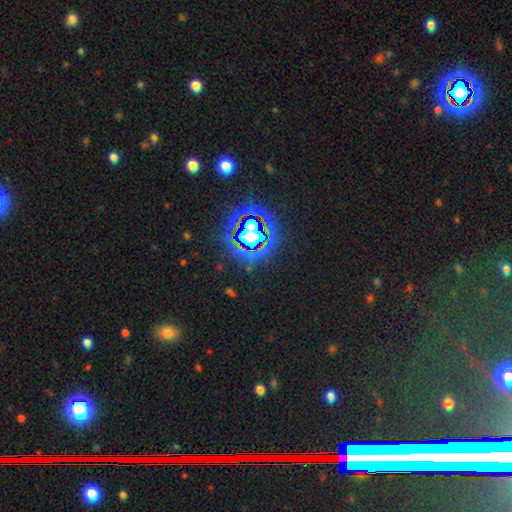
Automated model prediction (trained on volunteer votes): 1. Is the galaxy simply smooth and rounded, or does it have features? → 82% star or artifact, 10% smooth, 8% featured or disk.